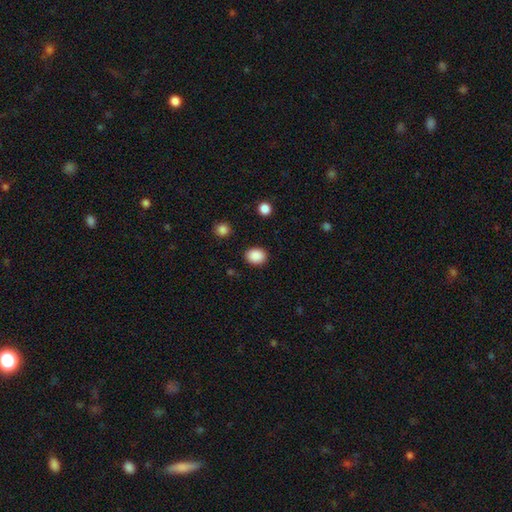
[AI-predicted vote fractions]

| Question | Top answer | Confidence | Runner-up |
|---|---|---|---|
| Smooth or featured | smooth | 88% | star or artifact (9%) |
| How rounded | round | 54% | in between (45%) |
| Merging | none | 88% | minor disturbance (8%) |